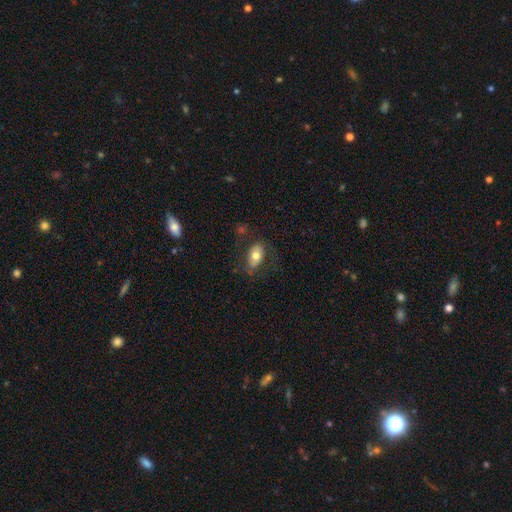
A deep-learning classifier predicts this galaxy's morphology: smooth-or-featured: smooth: 70% | featured or disk: 23% | star or artifact: 7%
  how-rounded: in between: 90% | round: 7% | cigar-shaped: 3%
  merging: none: 72% | minor disturbance: 17% | major disturbance: 9% | merger: 2%